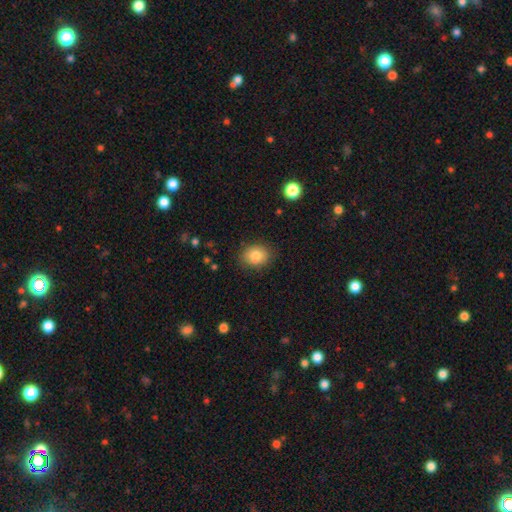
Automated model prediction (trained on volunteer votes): Smooth or featured? smooth (82%)
How rounded? in between (52%)
Merging? none (80%)